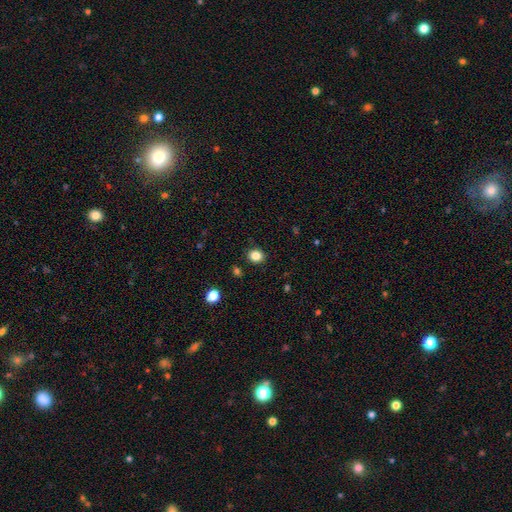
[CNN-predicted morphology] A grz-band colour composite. It shows a smooth galaxy with no disk features (84%) that is round (73%). Merging: none (89%).